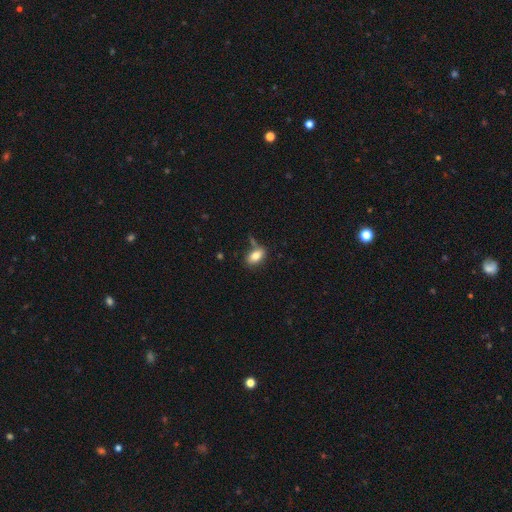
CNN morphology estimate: The model was most divided on "merging": none: 65%, minor disturbance: 18%, merger: 11%, major disturbance: 6%. More confident: how rounded — in between (89%); smooth or featured — smooth (79%).